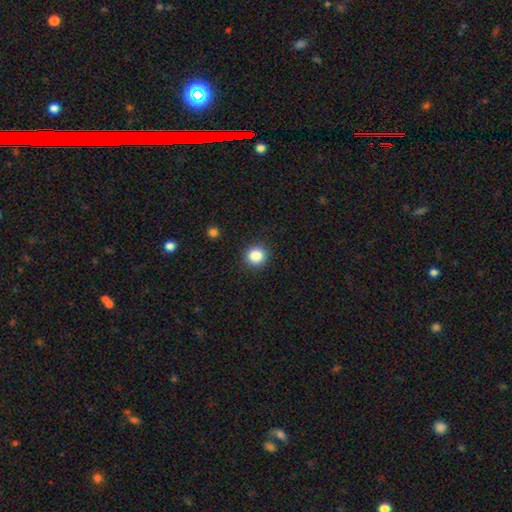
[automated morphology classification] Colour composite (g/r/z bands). It shows a smooth galaxy with no disk features (85%) that is round (93%). Merging: none (91%).